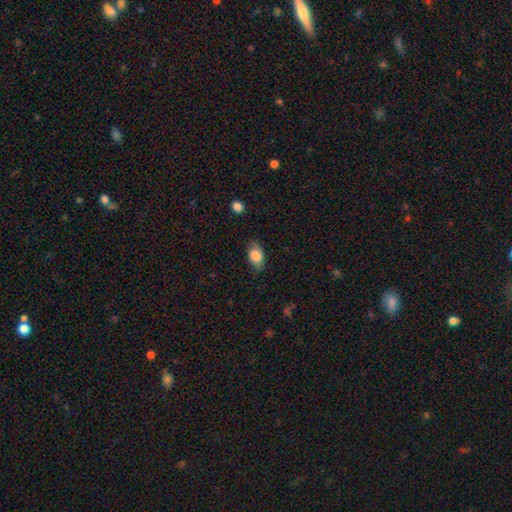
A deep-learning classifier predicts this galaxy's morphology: A smooth galaxy with no disk features (82%) that is in between round and cigar-shaped (88%).

Vote fractions:
- Smooth or featured? smooth: 82% / featured or disk: 10% / star or artifact: 7%
- How rounded? in between: 88% / round: 9% / cigar-shaped: 2%
- Merging? none: 75% / minor disturbance: 19% / major disturbance: 4% / merger: 1%